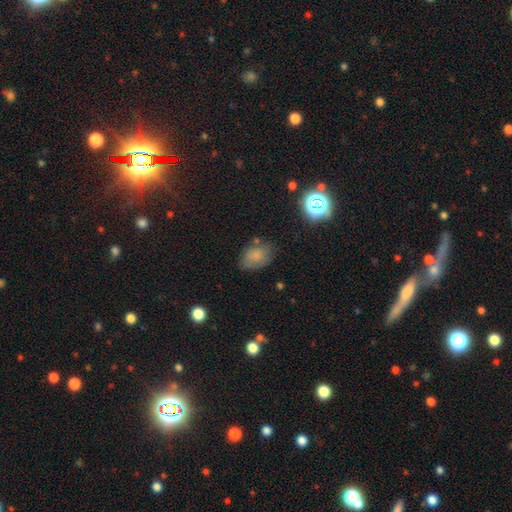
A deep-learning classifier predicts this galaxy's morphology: Smooth or featured?
  - smooth: 75% *
  - star or artifact: 13%
  - featured or disk: 12%
How rounded?
  - in between: 83% *
  - round: 16%
  - cigar-shaped: 1%
Merging?
  - none: 65% *
  - minor disturbance: 24%
  - major disturbance: 7%
  - merger: 4%